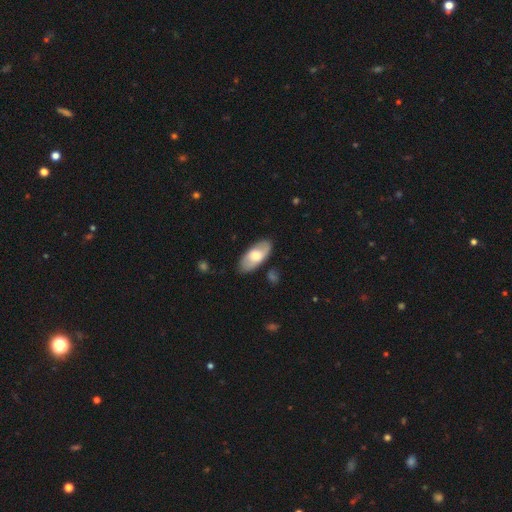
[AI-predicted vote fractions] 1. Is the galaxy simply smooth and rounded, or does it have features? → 61% smooth, 33% featured or disk, 5% star or artifact.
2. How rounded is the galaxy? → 91% in between, 6% cigar-shaped, 2% round.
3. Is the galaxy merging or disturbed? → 82% none, 13% minor disturbance, 3% major disturbance, 2% merger.